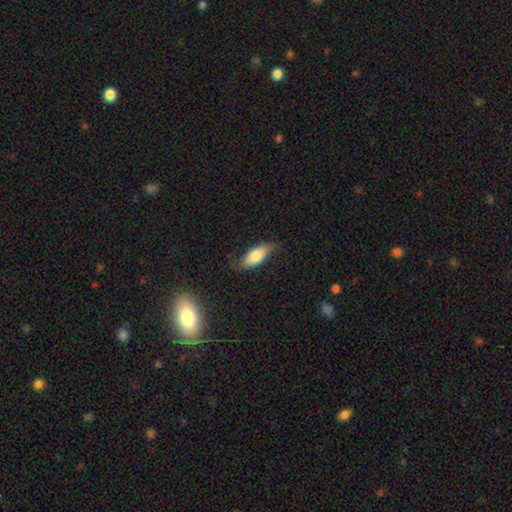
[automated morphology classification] Overall: smooth (72%). How rounded: in between (78%). Merging: none (69%).